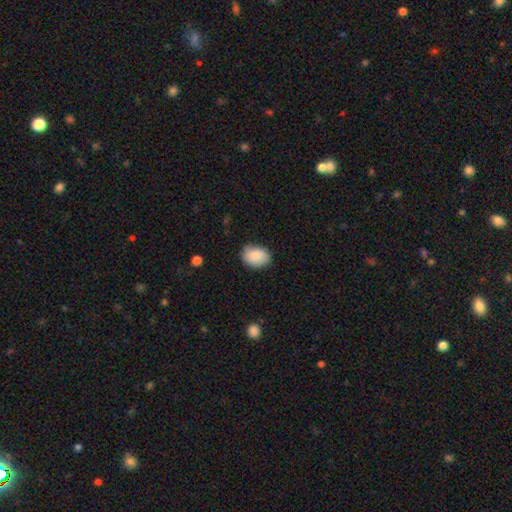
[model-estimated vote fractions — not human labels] Q: Smooth or featured?
A: smooth (85%); runner-up: featured or disk (9%)
Q: How rounded?
A: in between (66%); runner-up: round (33%)
Q: Merging?
A: none (80%); runner-up: minor disturbance (16%)